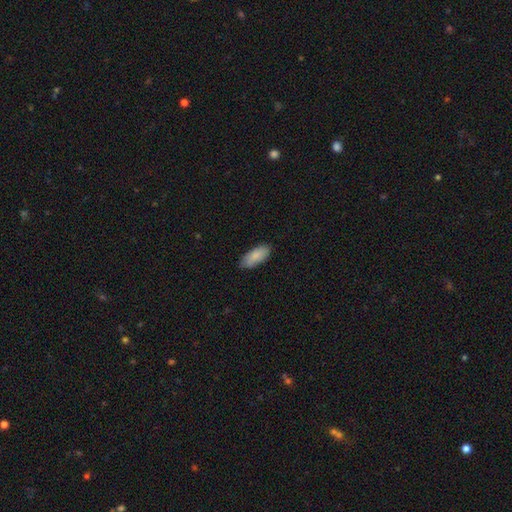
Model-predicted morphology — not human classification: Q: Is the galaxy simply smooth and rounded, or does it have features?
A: smooth — 86%.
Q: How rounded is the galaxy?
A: in between — 84%.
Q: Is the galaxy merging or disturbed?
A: none — 82%.